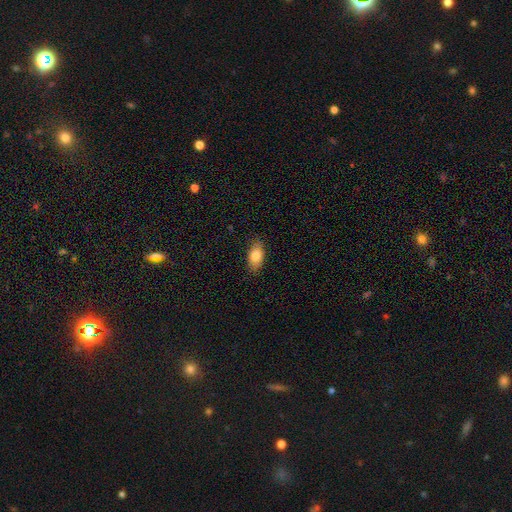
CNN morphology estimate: Smooth or featured: smooth — 81% (featured or disk — 12%)
How rounded: in between — 90% (cigar-shaped — 5%)
Merging: none — 85% (minor disturbance — 11%)